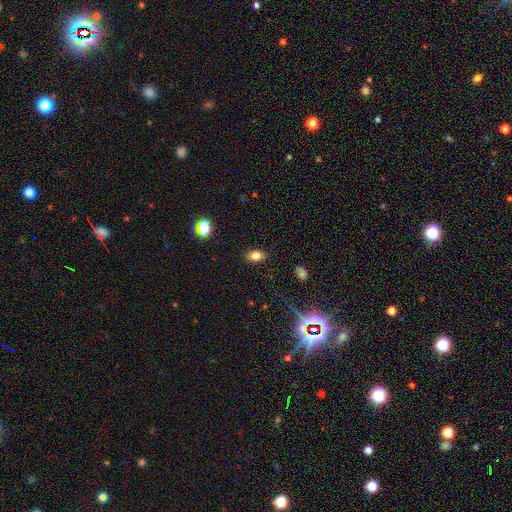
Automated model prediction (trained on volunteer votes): Morphology: type=smooth (78%); roundness=in between (84%); merging=none (87%).